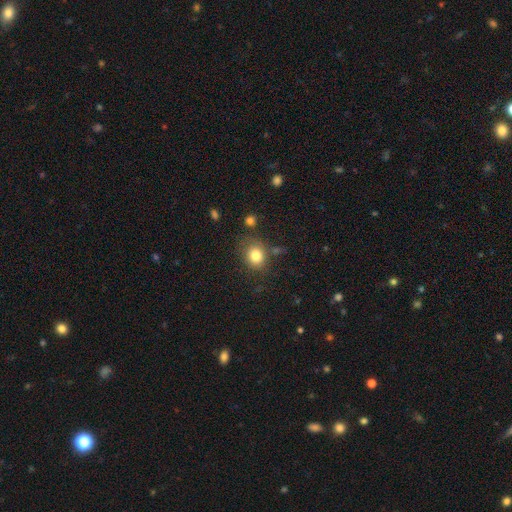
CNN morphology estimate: This appears to be a smooth galaxy with no disk features (81%) that is round (71%). Merging: none (75%).